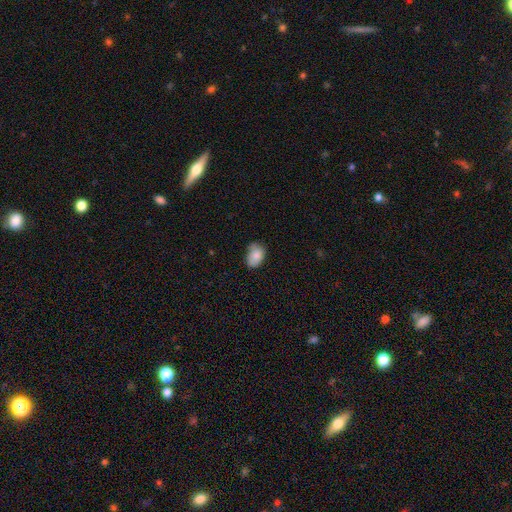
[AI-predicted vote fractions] The model was most divided on "merging": none: 56%, minor disturbance: 35%, major disturbance: 7%, merger: 2%. More confident: smooth or featured — smooth (82%); how rounded — in between (80%).